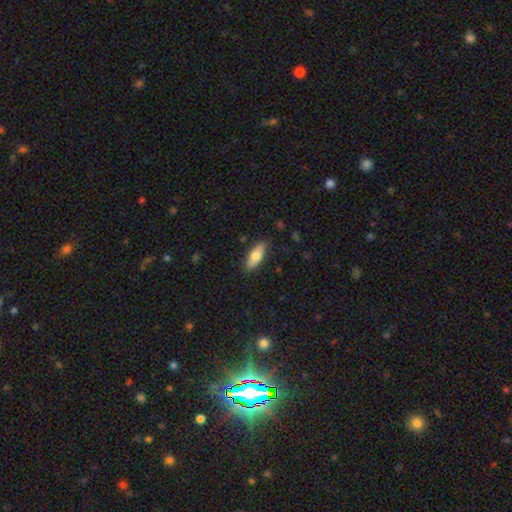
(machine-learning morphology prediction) type=smooth (69%); roundness=in between (72%); merging=none (85%).